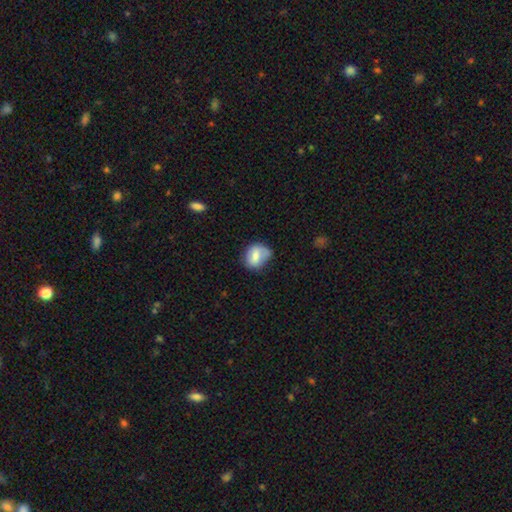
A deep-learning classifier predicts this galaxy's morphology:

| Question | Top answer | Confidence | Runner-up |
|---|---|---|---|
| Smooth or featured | smooth | 71% | featured or disk (21%) |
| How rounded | round | 53% | in between (45%) |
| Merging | none | 53% | minor disturbance (33%) |